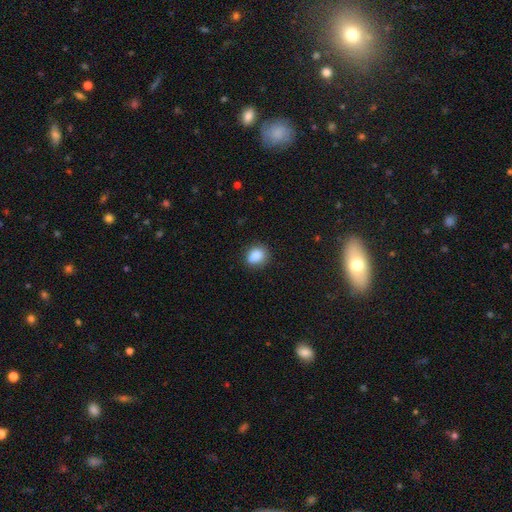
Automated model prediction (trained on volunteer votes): Smooth or featured?
  - smooth: 86% *
  - star or artifact: 9%
  - featured or disk: 5%
How rounded?
  - round: 61% *
  - in between: 38%
  - cigar-shaped: 1%
Merging?
  - none: 79% *
  - minor disturbance: 15%
  - major disturbance: 3%
  - merger: 2%